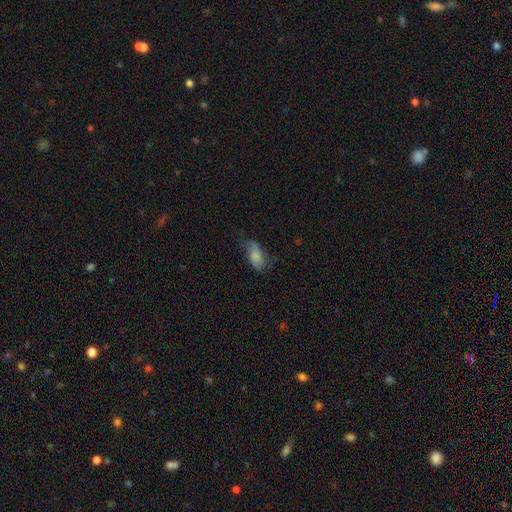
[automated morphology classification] A smooth galaxy with no disk features (70%) that is in between round and cigar-shaped (90%).

Vote fractions:
- Smooth or featured? smooth: 70% / featured or disk: 22% / star or artifact: 8%
- How rounded? in between: 90% / cigar-shaped: 5% / round: 4%
- Merging? none: 49% / minor disturbance: 33% / major disturbance: 16% / merger: 2%